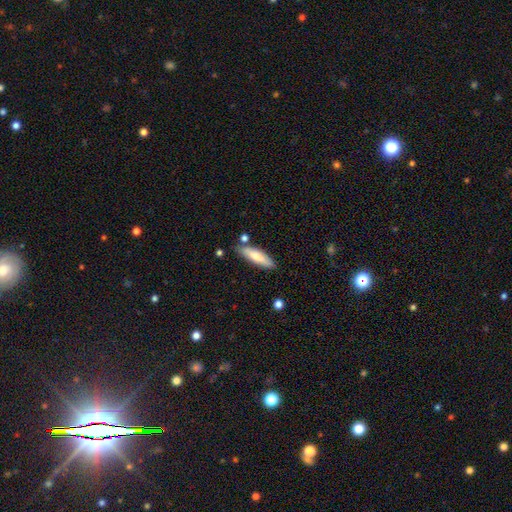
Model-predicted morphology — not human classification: A smooth galaxy with no disk features (67%) that is cigar-shaped (68%).

Vote fractions:
- Smooth or featured? smooth: 67% / featured or disk: 27% / star or artifact: 6%
- How rounded? cigar-shaped: 68% / in between: 30% / round: 2%
- Merging? none: 79% / minor disturbance: 13% / merger: 6% / major disturbance: 3%